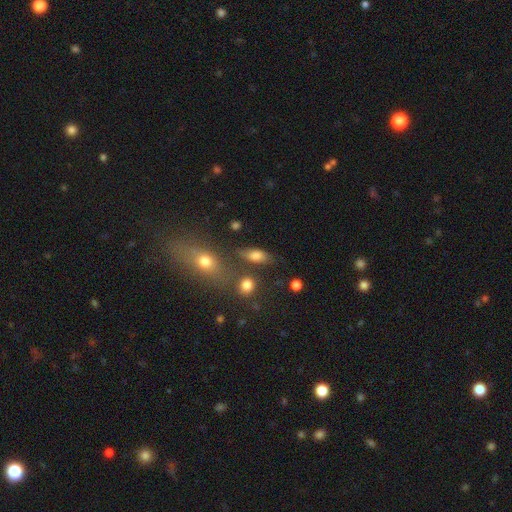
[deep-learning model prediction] Q: Smooth or featured?
A: smooth (75%); runner-up: featured or disk (14%)
Q: How rounded?
A: in between (77%); runner-up: cigar-shaped (12%)
Q: Merging?
A: none (66%); runner-up: minor disturbance (17%)